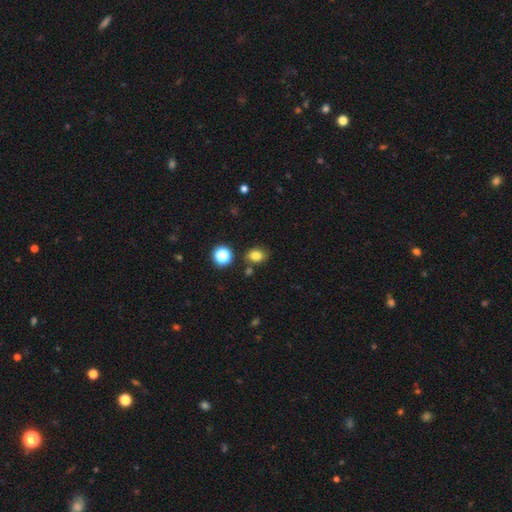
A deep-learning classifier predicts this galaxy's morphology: This is likely a smooth galaxy (79%). How rounded: possibly in between (55%). Merging: likely none (75%).